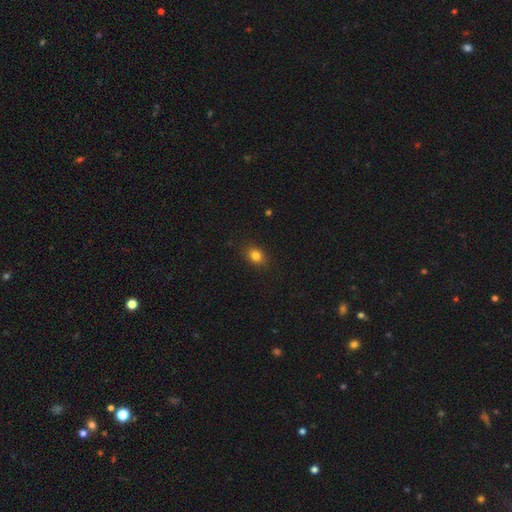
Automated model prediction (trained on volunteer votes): This is clearly a smooth galaxy (82%). How rounded: possibly in between (59%). Merging: clearly none (88%).